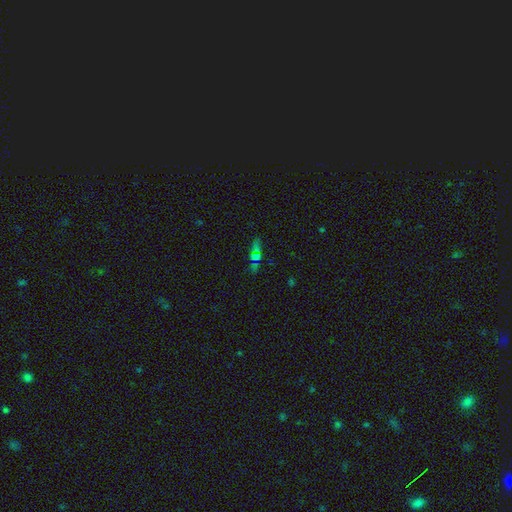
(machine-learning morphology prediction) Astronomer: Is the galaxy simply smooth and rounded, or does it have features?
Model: smooth — 45% (runner-up: star or artifact, 35%).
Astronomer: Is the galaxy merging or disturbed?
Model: none — 76%.